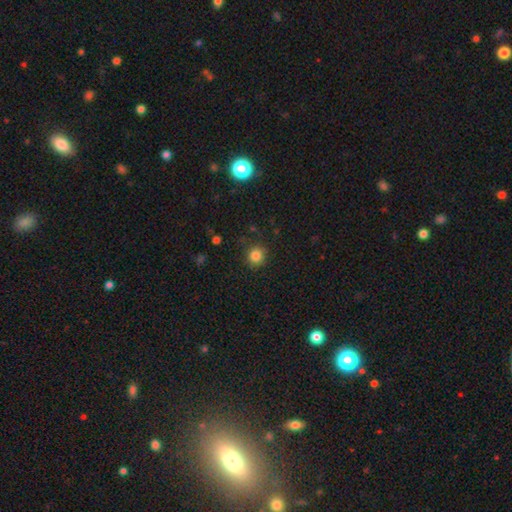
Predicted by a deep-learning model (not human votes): The model was most divided on "smooth or featured": smooth: 84%, star or artifact: 12%, featured or disk: 5%. More confident: how rounded — round (92%); merging — none (87%).